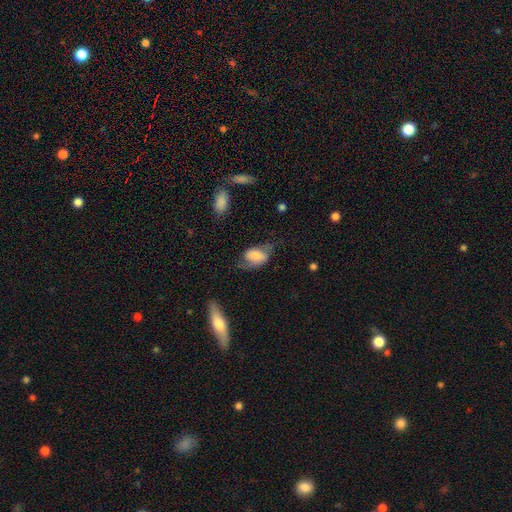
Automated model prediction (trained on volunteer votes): smooth 50%, featured or disk 42%, star or artifact 8%. Down the decision tree: how rounded — in between (85%); merging — none (40%).